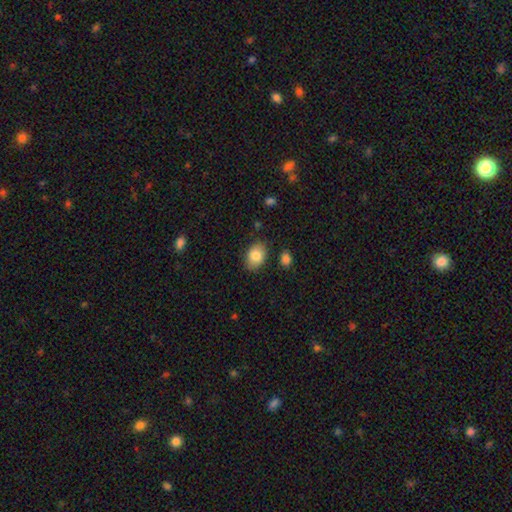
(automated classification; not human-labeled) Smooth or featured: smooth — 85% (featured or disk — 8%)
How rounded: in between — 81% (round — 17%)
Merging: none — 83% (minor disturbance — 12%)